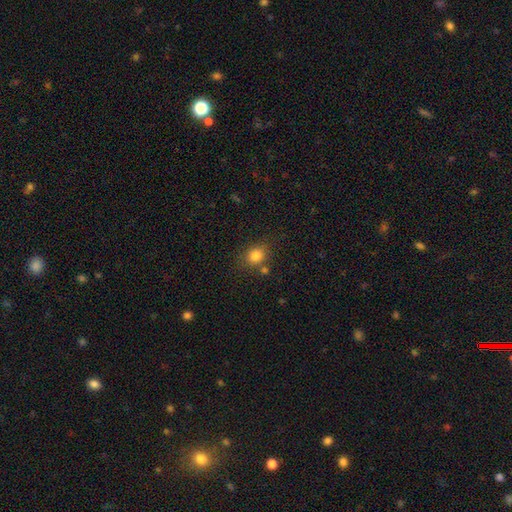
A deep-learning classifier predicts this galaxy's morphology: A smooth galaxy with no disk features (82%) that is round (61%).

Vote fractions:
- Smooth or featured? smooth: 82% / star or artifact: 11% / featured or disk: 7%
- How rounded? round: 61% / in between: 38% / cigar-shaped: 1%
- Merging? none: 71% / minor disturbance: 14% / merger: 10% / major disturbance: 4%